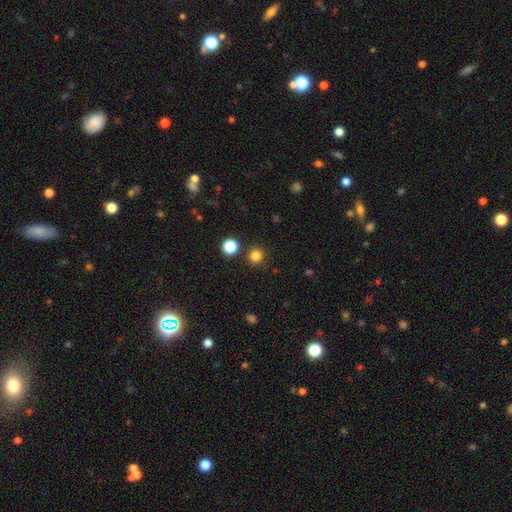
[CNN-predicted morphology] A smooth galaxy with no disk features (82%) that is round (94%). Merging: none (89%).